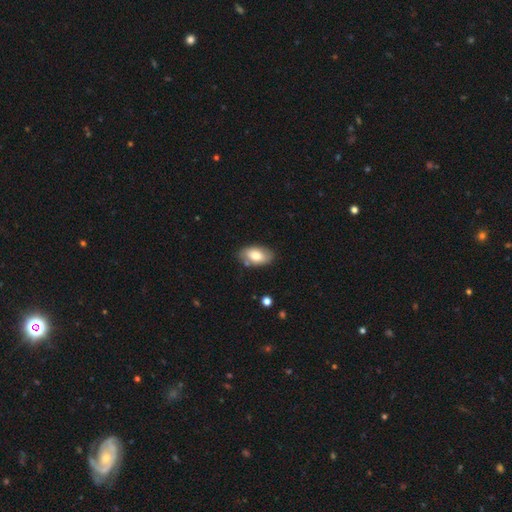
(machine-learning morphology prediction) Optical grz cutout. It shows a smooth galaxy with no disk features (77%) that is in between round and cigar-shaped (93%). Merging: none (78%).